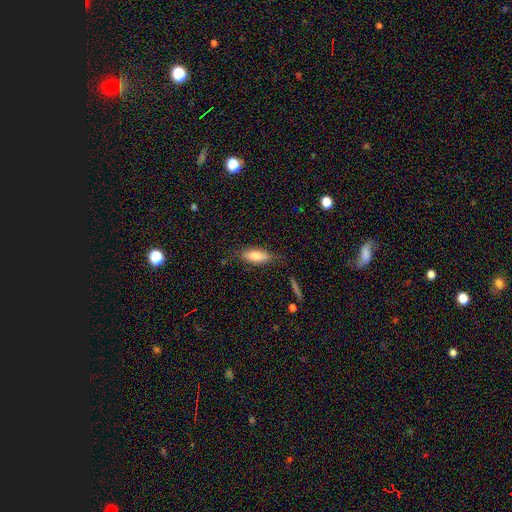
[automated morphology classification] This appears to be a smooth galaxy with no disk features (80%) that is in between round and cigar-shaped (71%). Merging: none (75%).